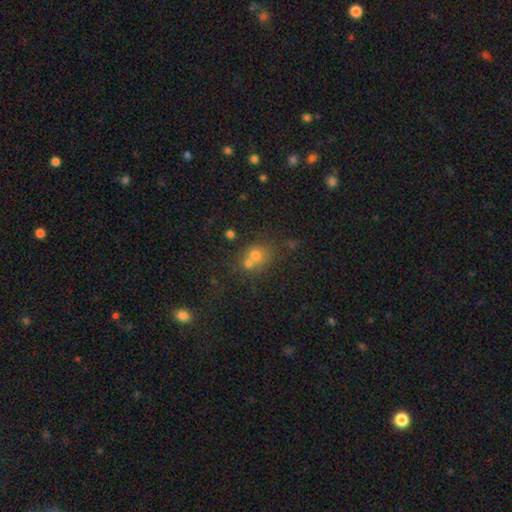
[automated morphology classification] Smooth or featured?
  - smooth: 64% *
  - star or artifact: 19%
  - featured or disk: 17%
How rounded?
  - round: 74% *
  - in between: 25%
  - cigar-shaped: 1%
Merging?
  - merger: 47% *
  - none: 40%
  - minor disturbance: 9%
  - major disturbance: 4%